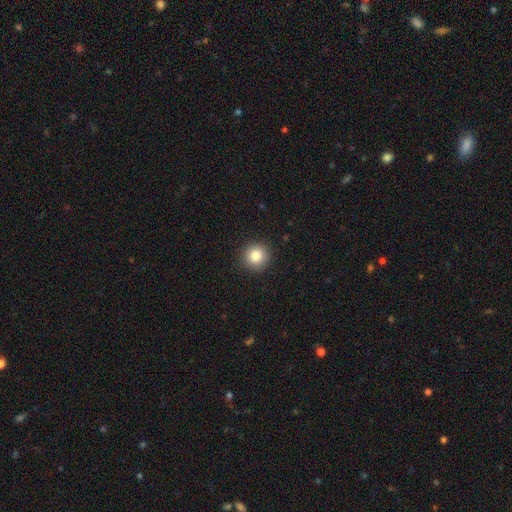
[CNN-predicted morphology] smooth-or-featured: smooth: 83% | star or artifact: 10% | featured or disk: 6%
  how-rounded: round: 94% | in between: 5% | cigar-shaped: 1%
  merging: none: 92% | minor disturbance: 5% | major disturbance: 2% | merger: 1%